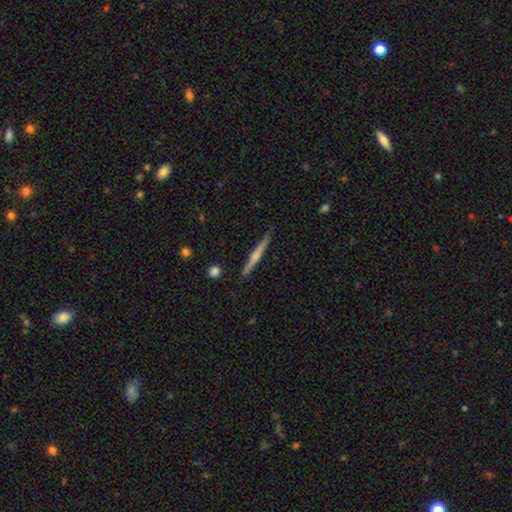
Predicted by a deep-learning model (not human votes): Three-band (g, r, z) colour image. It shows a featured or disk galaxy (57%) viewed edge-on (98%) with a rounded central bulge (67%). Merging: none (90%).